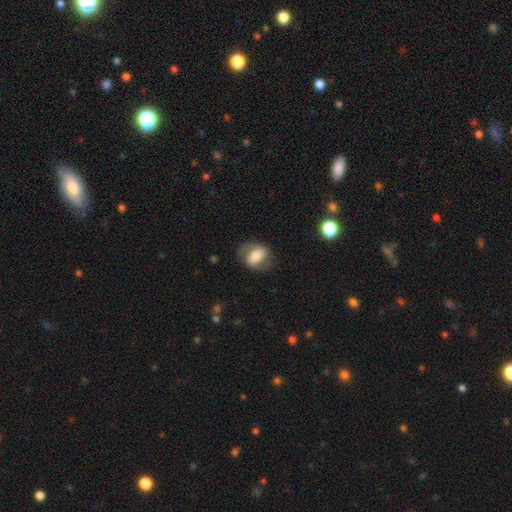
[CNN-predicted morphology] This is possibly a smooth galaxy (50%). Merging: likely none (66%).